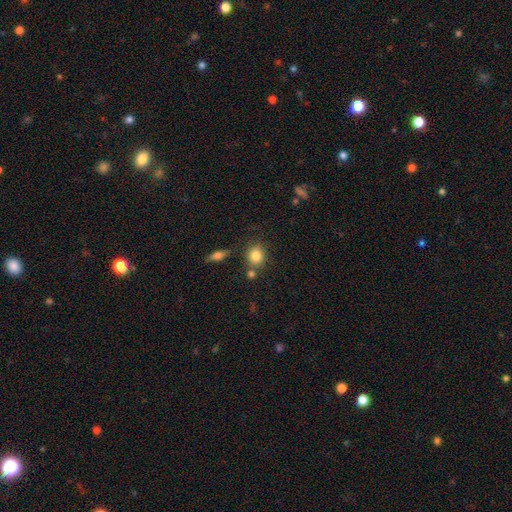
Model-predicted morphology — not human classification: smooth_or_featured: smooth (p=0.83) [alt: star or artifact p=0.09]
how_rounded: round (p=0.70) [alt: in between p=0.29]
merging: none (p=0.72) [alt: merger p=0.13]